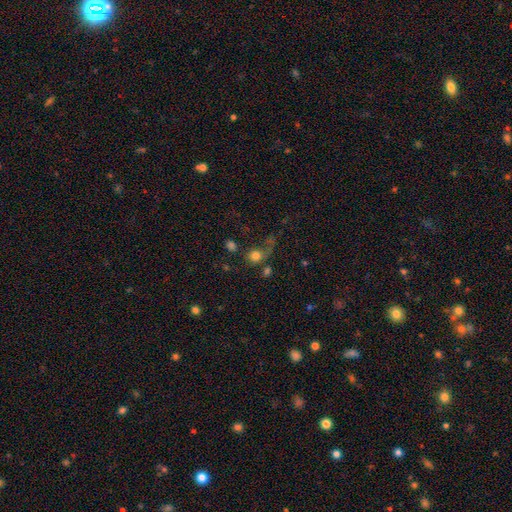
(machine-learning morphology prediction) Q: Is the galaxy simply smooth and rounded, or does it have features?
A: smooth — 74%.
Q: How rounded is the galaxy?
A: round — 80%.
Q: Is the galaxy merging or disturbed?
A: none — 40%.